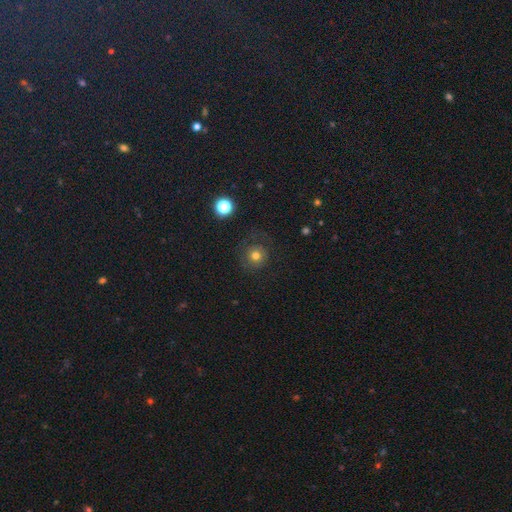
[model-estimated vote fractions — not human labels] This appears to be a smooth galaxy with no disk features (70%) that is round (93%). Merging: none (70%).